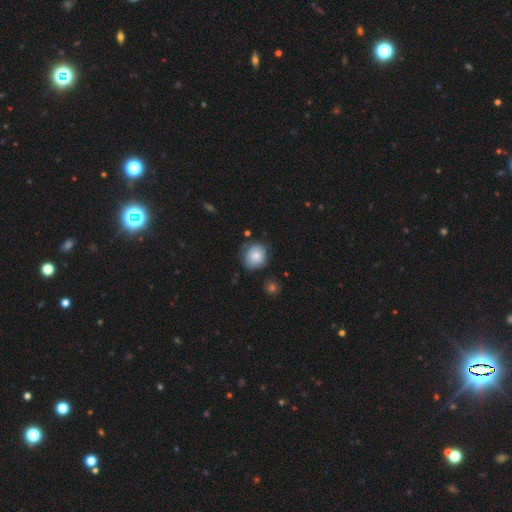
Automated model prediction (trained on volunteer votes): smooth-or-featured: smooth: 75% | featured or disk: 16% | star or artifact: 8%
  how-rounded: round: 78% | in between: 21% | cigar-shaped: 1%
  merging: none: 68% | minor disturbance: 24% | major disturbance: 6% | merger: 3%